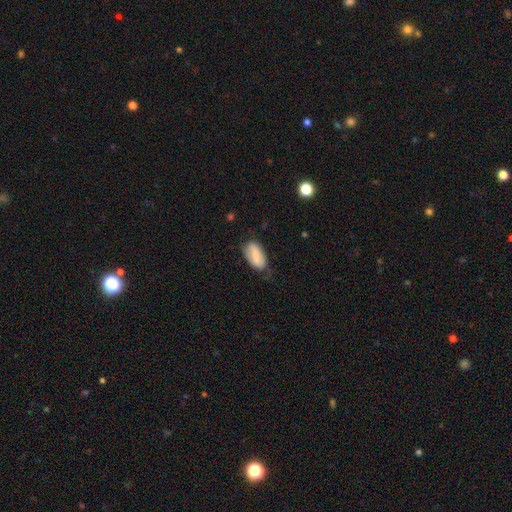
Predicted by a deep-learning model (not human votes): Morphology: type=smooth (74%); roundness=in between (93%); merging=none (56%).